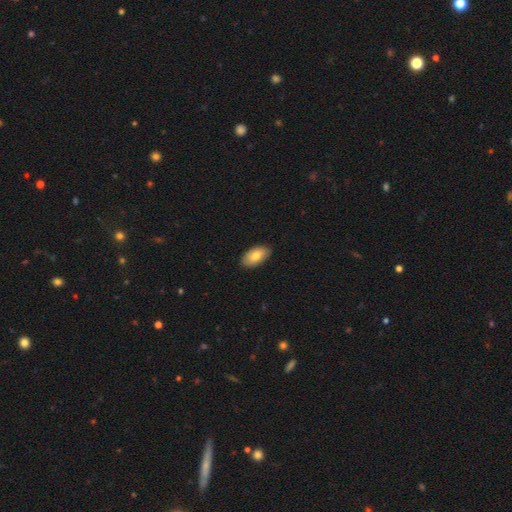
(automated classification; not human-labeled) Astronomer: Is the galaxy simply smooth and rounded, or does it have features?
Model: smooth — 77%.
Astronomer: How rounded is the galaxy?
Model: in between — 95%.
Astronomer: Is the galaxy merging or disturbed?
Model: none — 88%.